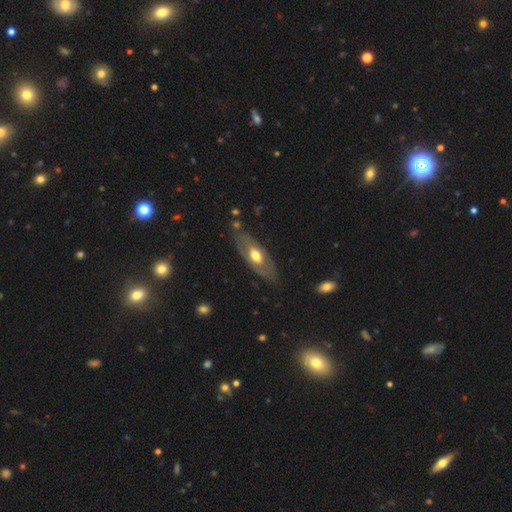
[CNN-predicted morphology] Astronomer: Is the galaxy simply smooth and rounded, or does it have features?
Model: featured or disk — 56% (runner-up: smooth, 39%).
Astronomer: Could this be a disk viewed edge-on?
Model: no — 74%.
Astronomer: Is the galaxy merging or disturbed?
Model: none — 78%.